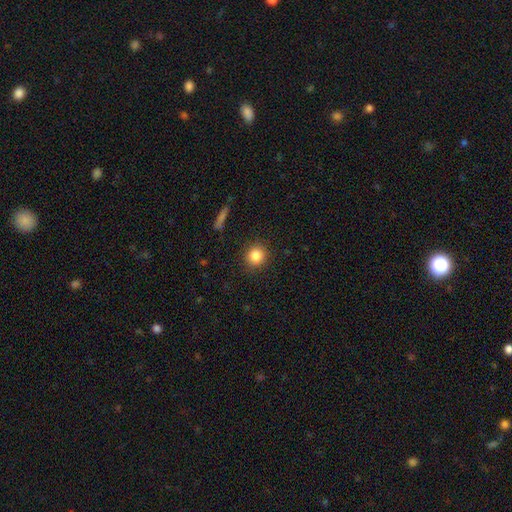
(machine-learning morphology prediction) smooth_or_featured: smooth (p=0.84) [alt: star or artifact p=0.11]
how_rounded: round (p=0.90) [alt: in between p=0.09]
merging: none (p=0.89) [alt: minor disturbance p=0.07]